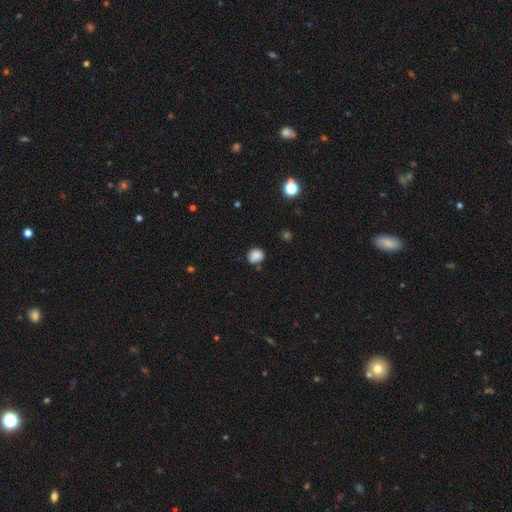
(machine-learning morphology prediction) Smooth or featured?
  - smooth: 85% *
  - star or artifact: 11%
  - featured or disk: 5%
How rounded?
  - round: 73% *
  - in between: 26%
  - cigar-shaped: 1%
Merging?
  - none: 74% *
  - minor disturbance: 18%
  - merger: 4%
  - major disturbance: 4%